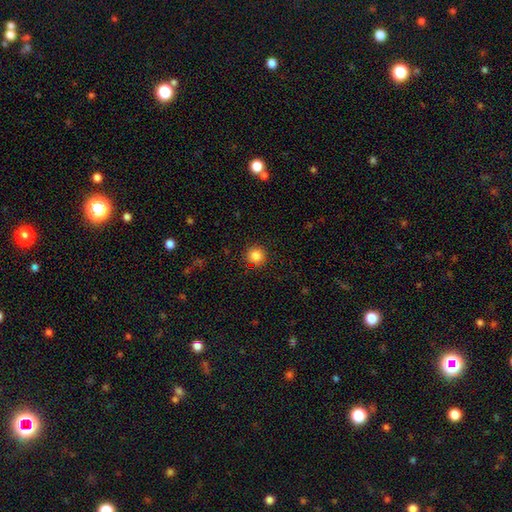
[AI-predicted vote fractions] Smooth or featured: smooth — 82% (star or artifact — 13%)
How rounded: round — 94% (in between — 5%)
Merging: none — 90% (minor disturbance — 6%)